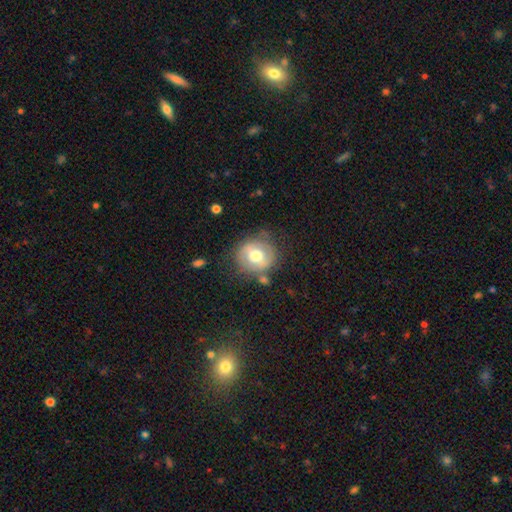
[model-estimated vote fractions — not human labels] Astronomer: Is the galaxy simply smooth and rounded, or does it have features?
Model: smooth — 51% (runner-up: featured or disk, 41%).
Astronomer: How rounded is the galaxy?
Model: round — 81%.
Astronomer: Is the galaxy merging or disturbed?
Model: none — 68%.